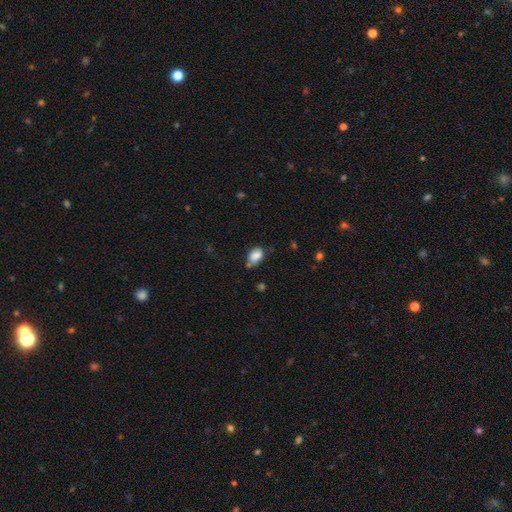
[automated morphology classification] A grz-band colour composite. It shows a smooth galaxy with no disk features (83%) that is in between round and cigar-shaped (80%). Merging: none (53%).